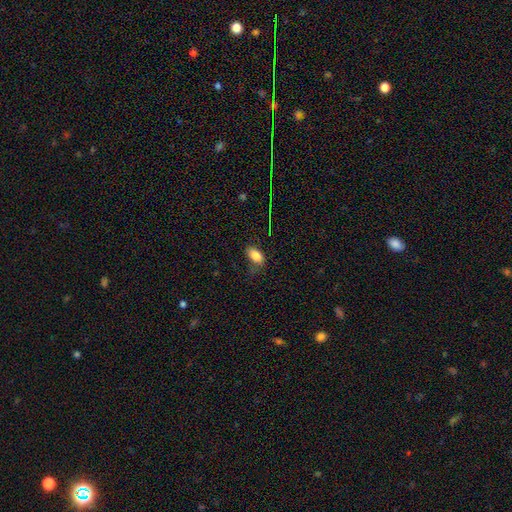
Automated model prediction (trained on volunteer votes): Smooth or featured?
  - smooth: 83% *
  - star or artifact: 10%
  - featured or disk: 8%
How rounded?
  - in between: 91% *
  - round: 6%
  - cigar-shaped: 3%
Merging?
  - none: 62% *
  - minor disturbance: 26%
  - major disturbance: 10%
  - merger: 2%